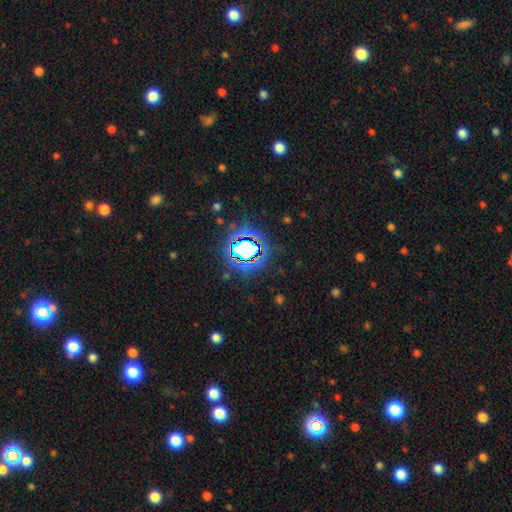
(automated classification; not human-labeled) This appears to be a star or artifact, not a galaxy (77%).